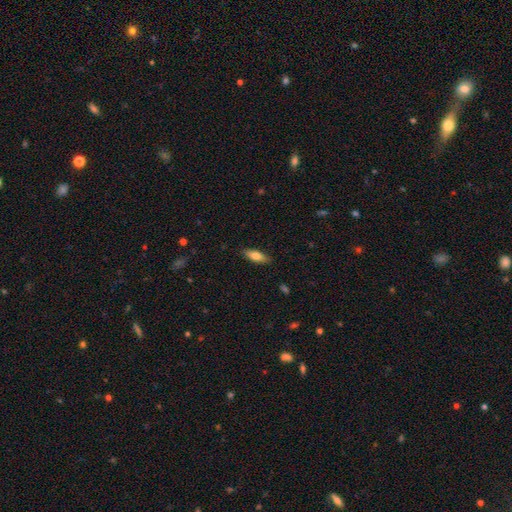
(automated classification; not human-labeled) Smooth or featured? smooth (75%)
How rounded? in between (61%)
Merging? none (87%)